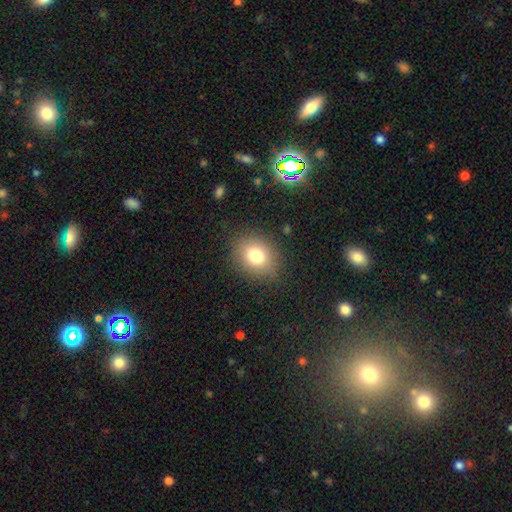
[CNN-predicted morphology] smooth_or_featured: smooth (p=0.79) [alt: star or artifact p=0.11]
how_rounded: round (p=0.53) [alt: in between p=0.46]
merging: none (p=0.85) [alt: minor disturbance p=0.10]